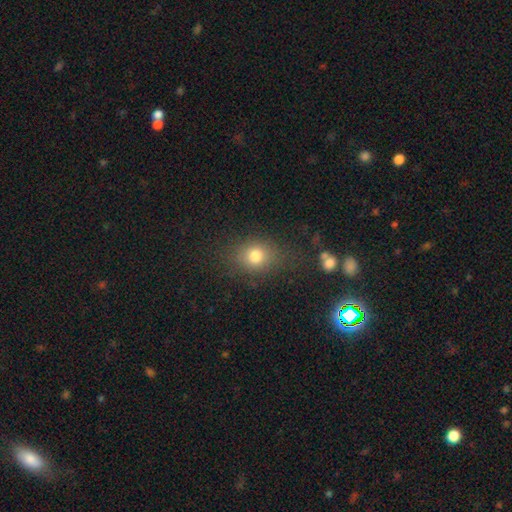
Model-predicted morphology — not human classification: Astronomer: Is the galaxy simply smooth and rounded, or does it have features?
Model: smooth — 77%.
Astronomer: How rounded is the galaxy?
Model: round — 61% (runner-up: in between, 37%).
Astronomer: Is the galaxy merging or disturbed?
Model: none — 75%.